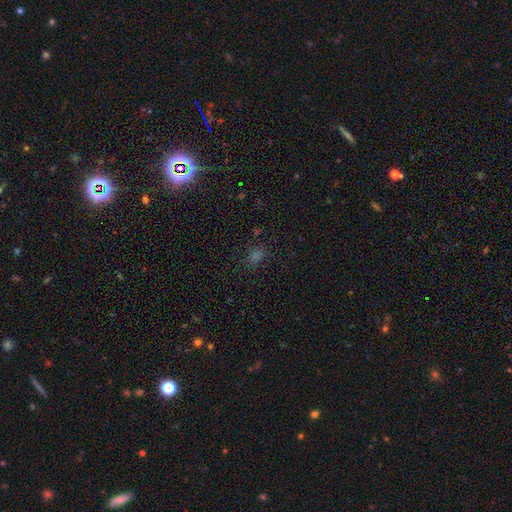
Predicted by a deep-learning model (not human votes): smooth 47%, star or artifact 44%, featured or disk 9%. Down the decision tree: merging — none (81%).